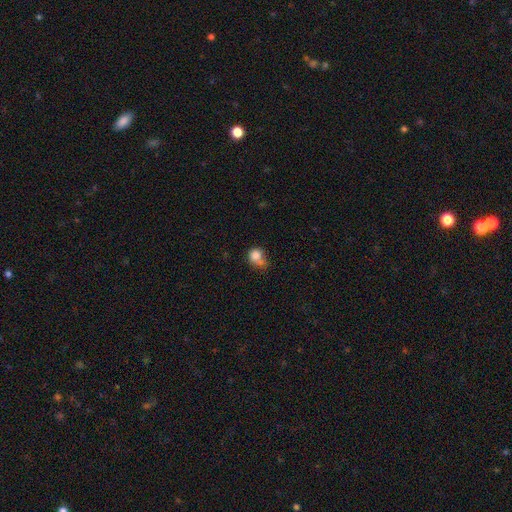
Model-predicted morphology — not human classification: The model was most divided on "merging": none: 37%, minor disturbance: 30%, major disturbance: 17%, merger: 17%. More confident: smooth or featured — smooth (80%); how rounded — round (72%).